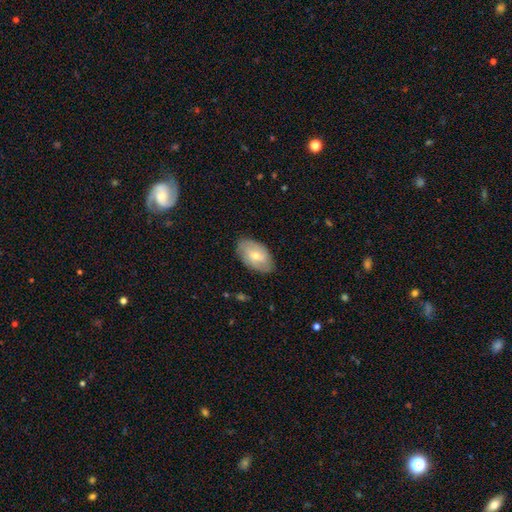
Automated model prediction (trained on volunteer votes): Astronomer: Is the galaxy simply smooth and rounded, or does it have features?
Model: featured or disk — 47% (runner-up: smooth, 46%).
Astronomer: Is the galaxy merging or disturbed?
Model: none — 82%.